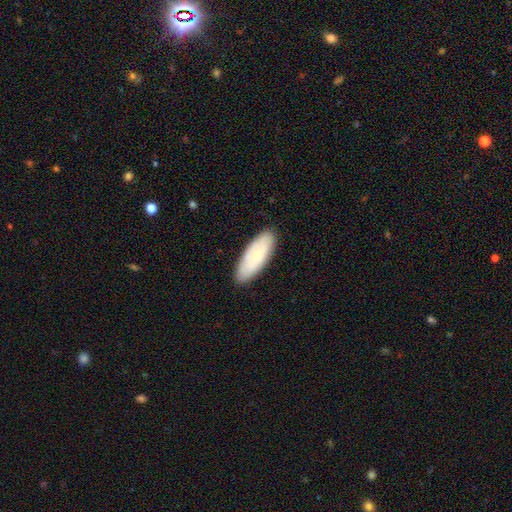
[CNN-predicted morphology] Smooth or featured?
  - smooth: 67% *
  - featured or disk: 27%
  - star or artifact: 6%
How rounded?
  - in between: 72% *
  - cigar-shaped: 26%
  - round: 2%
Merging?
  - none: 87% *
  - minor disturbance: 11%
  - major disturbance: 2%
  - merger: 1%